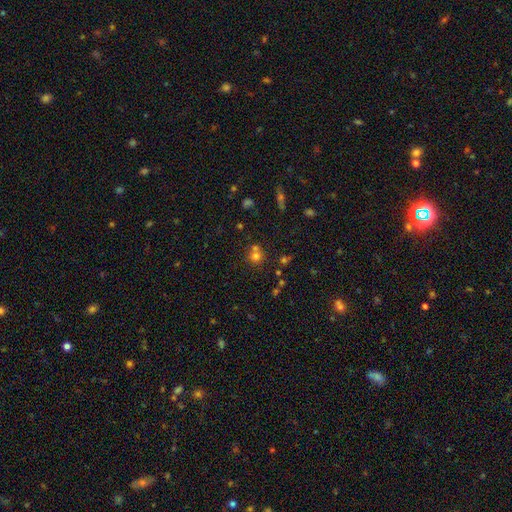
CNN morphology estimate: Smooth or featured? smooth (66%)
How rounded? round (87%)
Merging? none (55%)